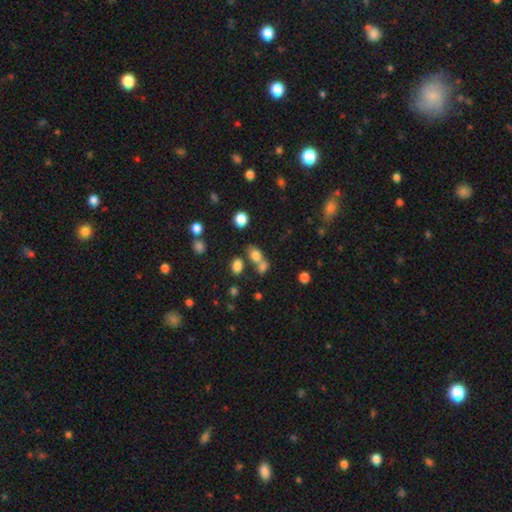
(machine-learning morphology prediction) Smooth or featured: smooth — 76% (star or artifact — 14%)
How rounded: in between — 68% (round — 30%)
Merging: merger — 44% (none — 41%)